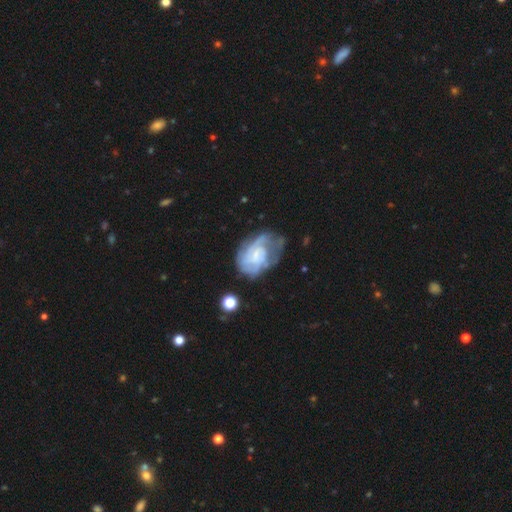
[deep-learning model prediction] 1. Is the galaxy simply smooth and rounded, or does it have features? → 74% featured or disk, 19% smooth, 7% star or artifact.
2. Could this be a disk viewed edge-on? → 97% no, 3% yes.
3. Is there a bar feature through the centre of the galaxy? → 59% no, 35% weak, 6% strong.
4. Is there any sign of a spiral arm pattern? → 87% yes, 13% no.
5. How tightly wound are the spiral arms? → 51% tight, 36% medium, 13% loose.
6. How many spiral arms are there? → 43% can't tell, 27% 2, 14% 3, 7% 1, 5% 4, 3% more than 4.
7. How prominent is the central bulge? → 51% small, 23% none, 21% moderate, 4% large, 1% dominant.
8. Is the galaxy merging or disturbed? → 43% none, 28% minor disturbance, 25% major disturbance, 3% merger.